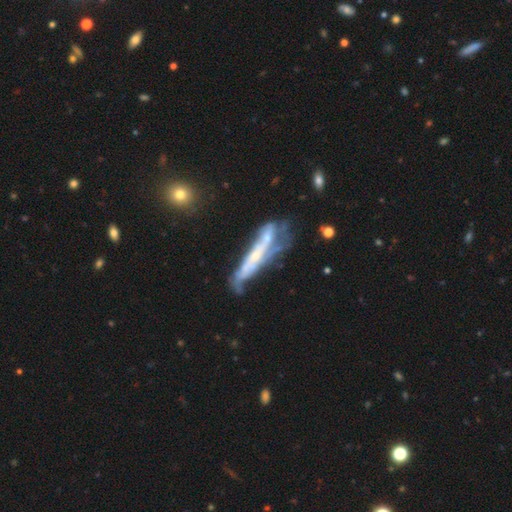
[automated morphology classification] smooth-or-featured: featured or disk: 68% | smooth: 24% | star or artifact: 8%
  disk-edge-on: yes: 50% (tied) | no: 50% (tied)
  merging: none: 32% | merger: 25% | major disturbance: 22% | minor disturbance: 21%